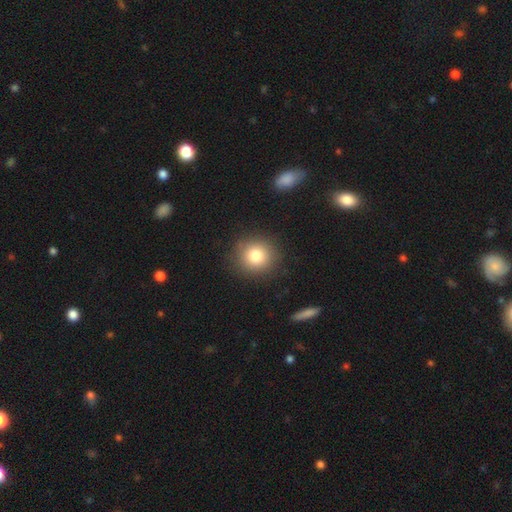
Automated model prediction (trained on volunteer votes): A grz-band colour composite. It shows a smooth galaxy with no disk features (80%) that is round (90%). Merging: none (89%).